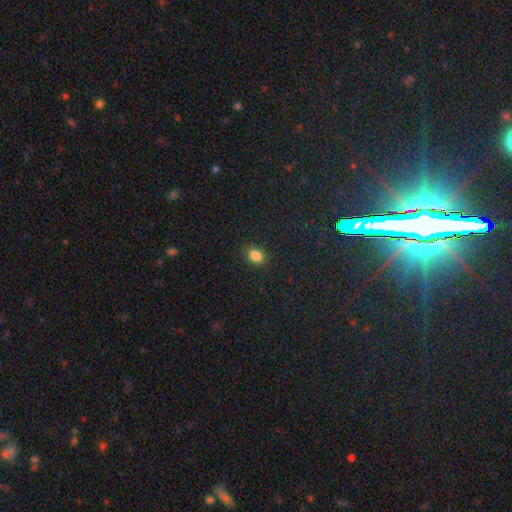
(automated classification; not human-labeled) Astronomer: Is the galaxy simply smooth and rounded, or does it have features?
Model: smooth — 85%.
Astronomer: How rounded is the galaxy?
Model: in between — 59% (runner-up: round, 40%).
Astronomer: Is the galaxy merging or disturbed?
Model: none — 88%.